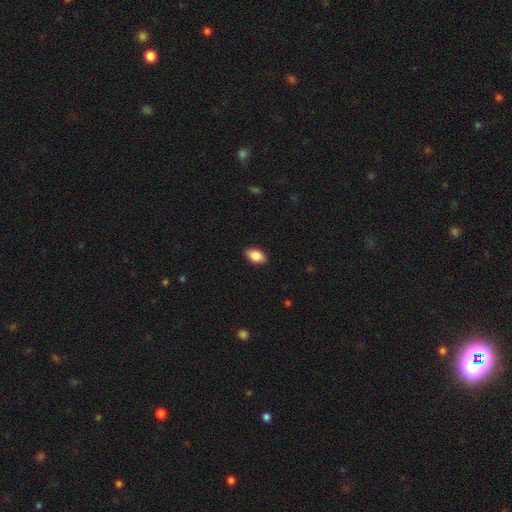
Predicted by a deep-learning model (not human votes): Smooth or featured?
  - smooth: 87% *
  - star or artifact: 7%
  - featured or disk: 6%
How rounded?
  - in between: 92% *
  - round: 6%
  - cigar-shaped: 2%
Merging?
  - none: 89% *
  - minor disturbance: 9%
  - major disturbance: 2%
  - merger: 1%